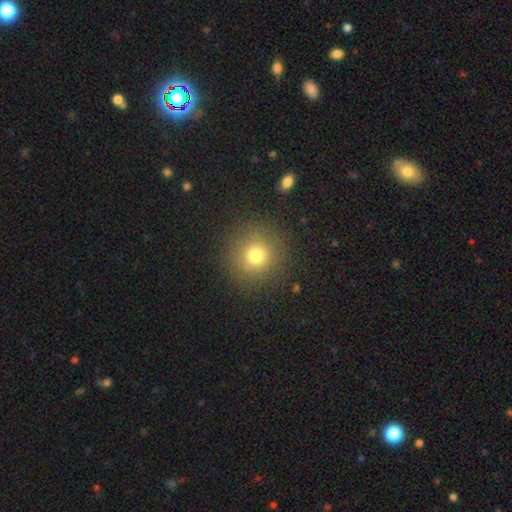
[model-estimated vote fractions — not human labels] Smooth or featured: smooth — 74% (star or artifact — 17%)
How rounded: round — 93% (in between — 6%)
Merging: none — 88% (minor disturbance — 7%)